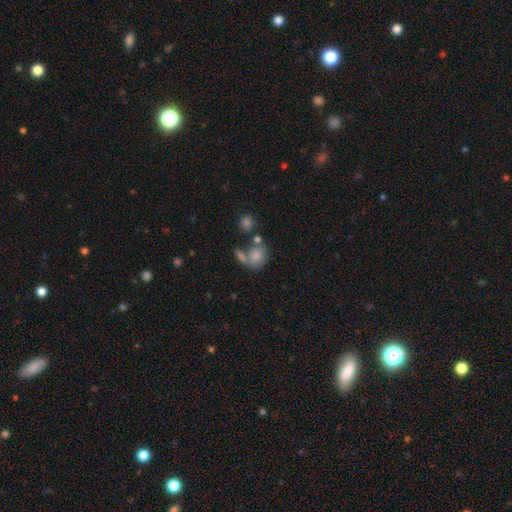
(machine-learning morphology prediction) type=smooth (75%); roundness=round (58%); merging=none (38%).